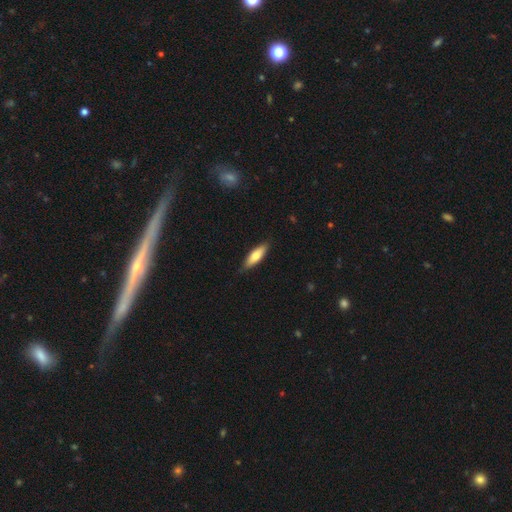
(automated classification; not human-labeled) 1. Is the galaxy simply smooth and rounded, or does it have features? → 71% smooth, 23% featured or disk, 6% star or artifact.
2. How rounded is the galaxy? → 52% cigar-shaped, 46% in between, 2% round.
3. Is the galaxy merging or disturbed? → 85% none, 12% minor disturbance, 2% major disturbance, 1% merger.